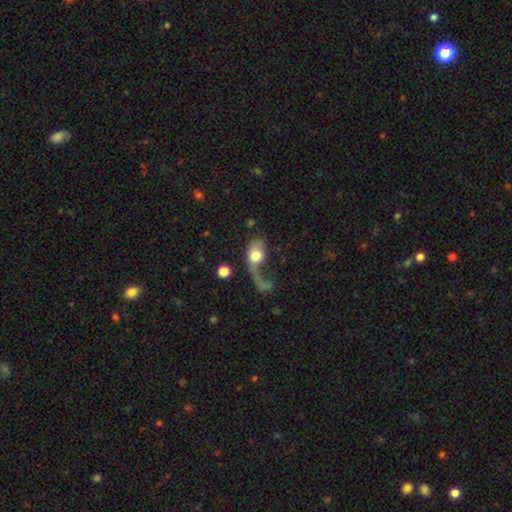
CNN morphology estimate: Smooth or featured? smooth (59%)
How rounded? in between (69%)
Merging? major disturbance (60%)